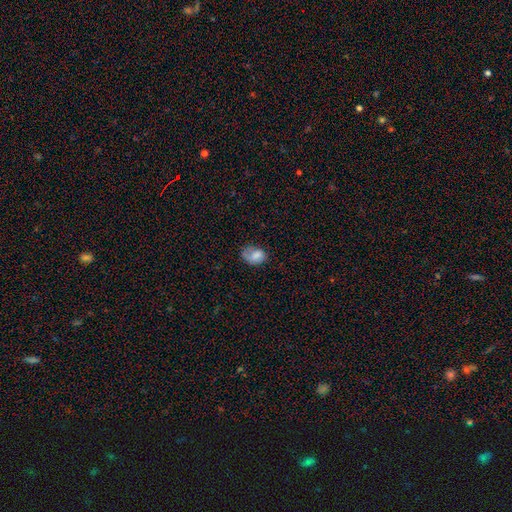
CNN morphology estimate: type=smooth (72%); roundness=in between (71%); merging=none (44%).